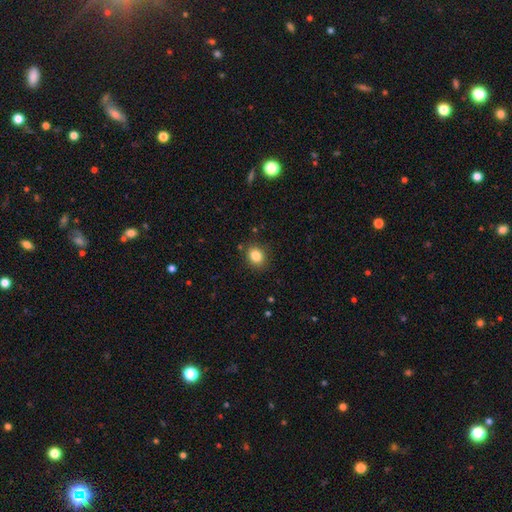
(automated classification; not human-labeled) Smooth or featured?
  - smooth: 84% *
  - star or artifact: 11%
  - featured or disk: 5%
How rounded?
  - round: 62% *
  - in between: 37%
  - cigar-shaped: 1%
Merging?
  - none: 87% *
  - minor disturbance: 9%
  - major disturbance: 3%
  - merger: 2%